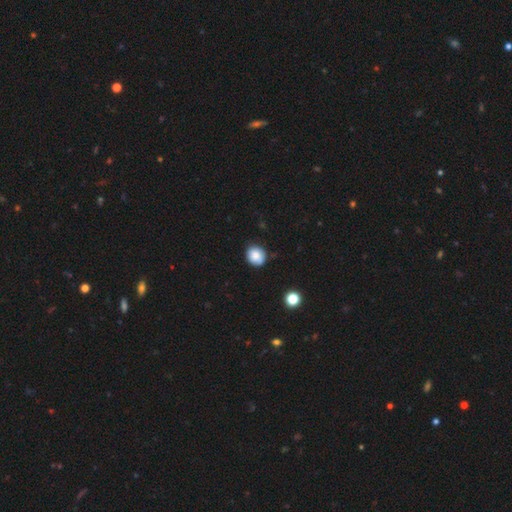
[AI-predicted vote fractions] Q: Smooth or featured?
A: smooth (81%); runner-up: star or artifact (10%)
Q: How rounded?
A: round (79%); runner-up: in between (20%)
Q: Merging?
A: none (80%); runner-up: minor disturbance (15%)